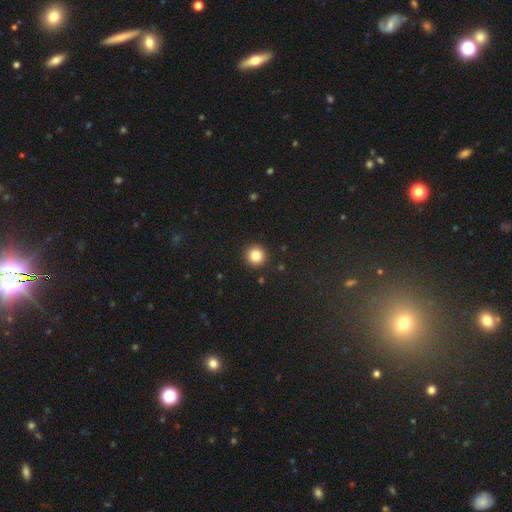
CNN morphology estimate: smooth_or_featured: smooth (p=0.84) [alt: star or artifact p=0.11]
how_rounded: round (p=0.95) [alt: in between p=0.04]
merging: none (p=0.93) [alt: minor disturbance p=0.05]